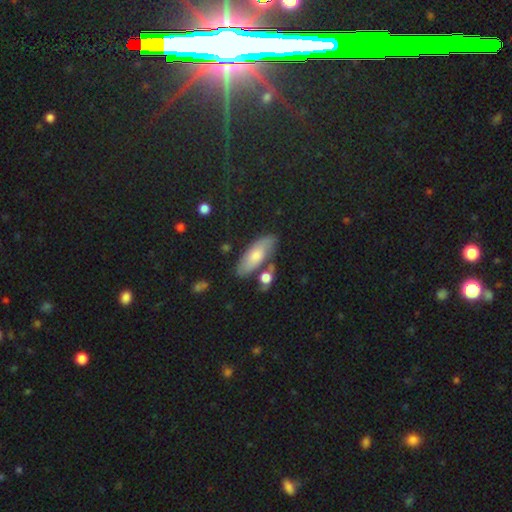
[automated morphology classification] Smooth or featured?
  - smooth: 64% *
  - featured or disk: 26%
  - star or artifact: 10%
How rounded?
  - in between: 74% *
  - cigar-shaped: 22%
  - round: 4%
Merging?
  - none: 68% *
  - minor disturbance: 17%
  - merger: 10%
  - major disturbance: 5%